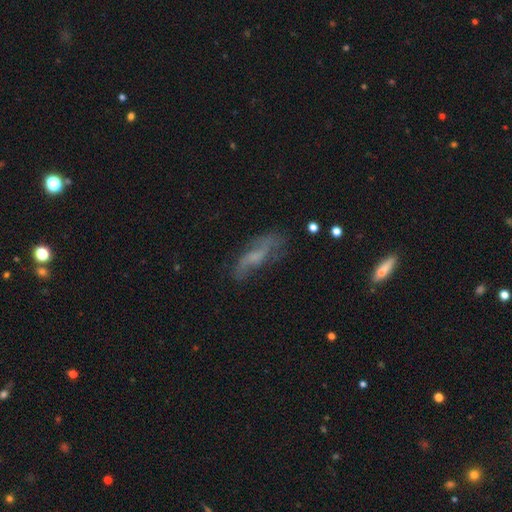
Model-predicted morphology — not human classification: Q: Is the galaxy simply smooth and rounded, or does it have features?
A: featured or disk — 55%.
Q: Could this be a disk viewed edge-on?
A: no — 81%.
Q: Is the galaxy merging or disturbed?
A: none — 55%.